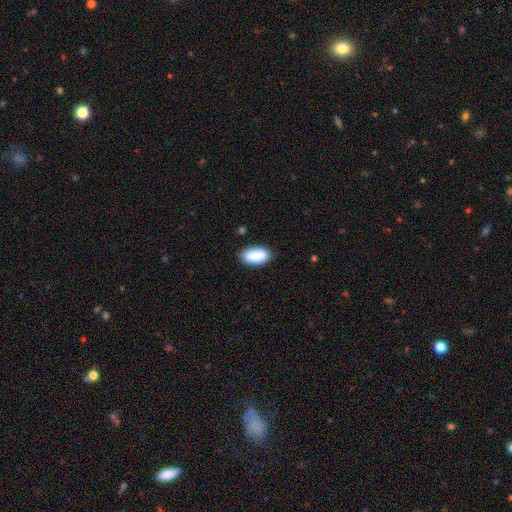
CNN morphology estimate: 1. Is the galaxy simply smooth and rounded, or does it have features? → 90% smooth, 6% star or artifact, 4% featured or disk.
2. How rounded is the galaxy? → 94% in between, 3% round, 3% cigar-shaped.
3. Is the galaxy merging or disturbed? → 84% none, 12% minor disturbance, 2% major disturbance, 1% merger.